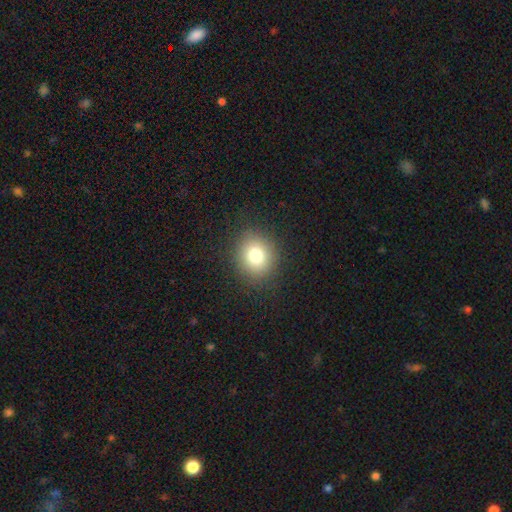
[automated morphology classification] Q: Smooth or featured?
A: smooth (78%); runner-up: star or artifact (13%)
Q: How rounded?
A: round (80%); runner-up: in between (19%)
Q: Merging?
A: none (89%); runner-up: minor disturbance (7%)